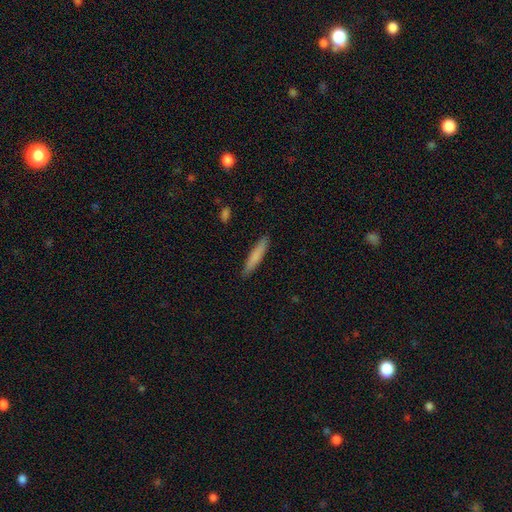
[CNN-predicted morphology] Overall: smooth (79%). How rounded: cigar-shaped (92%). Merging: none (89%).